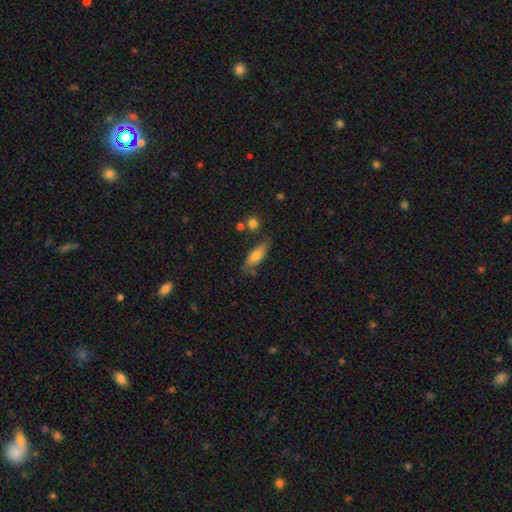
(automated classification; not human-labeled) This appears to be a smooth galaxy with no disk features (70%) that is in between round and cigar-shaped (66%). Merging: none (67%).